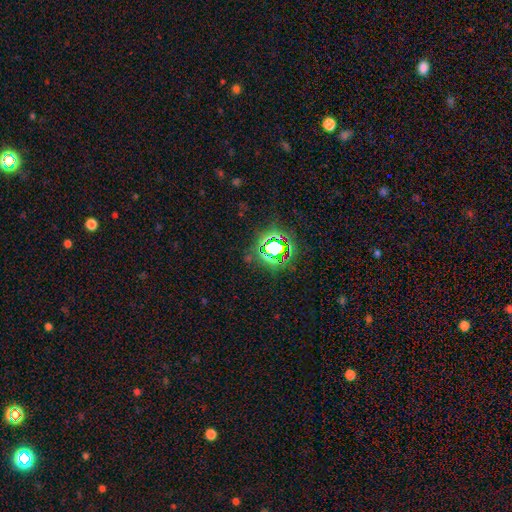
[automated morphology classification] smooth_or_featured: star or artifact (p=0.81) [alt: smooth p=0.13]